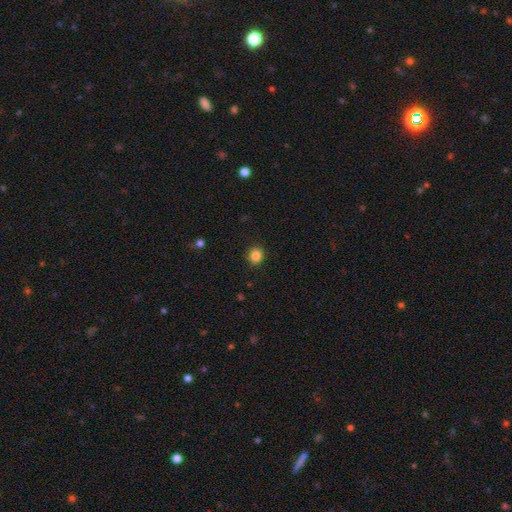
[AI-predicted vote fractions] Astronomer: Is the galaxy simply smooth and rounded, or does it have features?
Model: smooth — 85%.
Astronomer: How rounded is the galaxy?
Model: round — 83%.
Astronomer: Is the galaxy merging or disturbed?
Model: none — 91%.